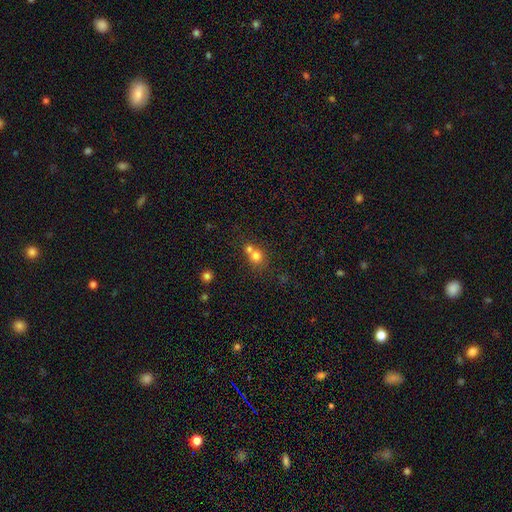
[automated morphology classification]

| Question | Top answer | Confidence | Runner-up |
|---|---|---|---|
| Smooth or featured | smooth | 74% | star or artifact (14%) |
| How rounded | round | 83% | in between (16%) |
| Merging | merger | 52% | none (40%) |